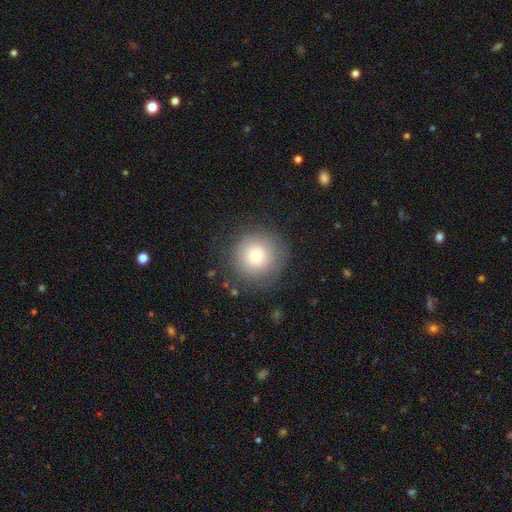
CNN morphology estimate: Smooth or featured?
  - smooth: 71% *
  - featured or disk: 19%
  - star or artifact: 10%
How rounded?
  - round: 95% *
  - in between: 4%
  - cigar-shaped: 1%
Merging?
  - none: 81% *
  - minor disturbance: 12%
  - major disturbance: 6%
  - merger: 1%